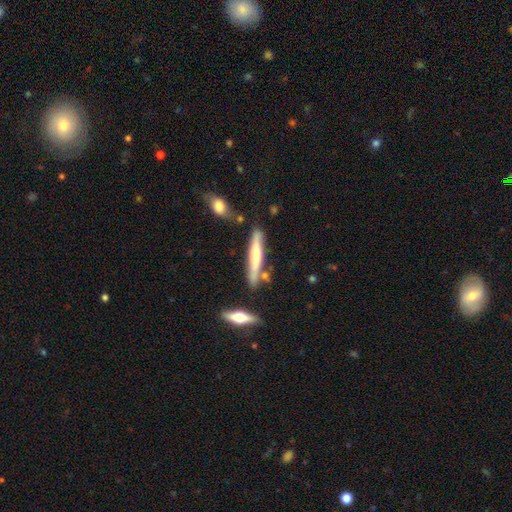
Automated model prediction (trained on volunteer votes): Smooth or featured? Predicted: smooth (p=0.53). How rounded? Predicted: cigar-shaped (p=0.92). Merging? Predicted: none (p=0.71).